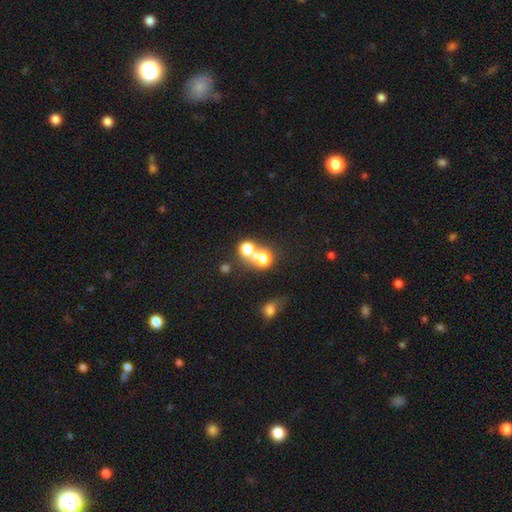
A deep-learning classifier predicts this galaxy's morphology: Smooth or featured?
  - smooth: 63% *
  - star or artifact: 21%
  - featured or disk: 16%
How rounded?
  - round: 80% *
  - in between: 19%
  - cigar-shaped: 1%
Merging?
  - merger: 49% *
  - none: 39%
  - minor disturbance: 7%
  - major disturbance: 5%